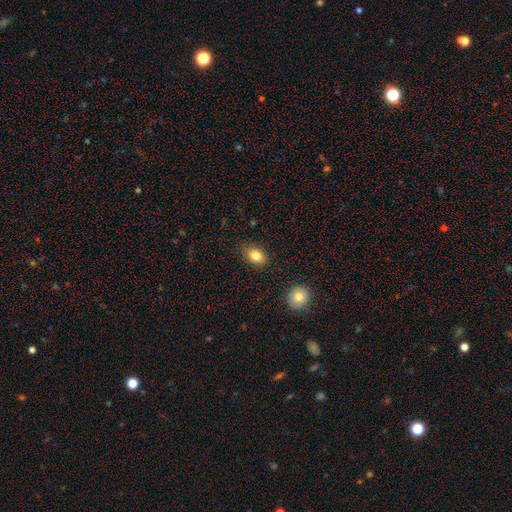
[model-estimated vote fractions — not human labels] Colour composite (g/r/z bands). It shows a smooth galaxy with no disk features (84%) that is in between round and cigar-shaped (79%). Merging: none (84%).